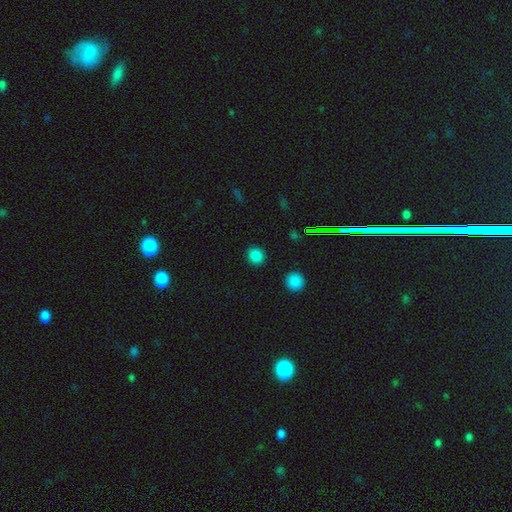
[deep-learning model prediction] Smooth or featured? smooth (83%)
How rounded? round (89%)
Merging? none (91%)